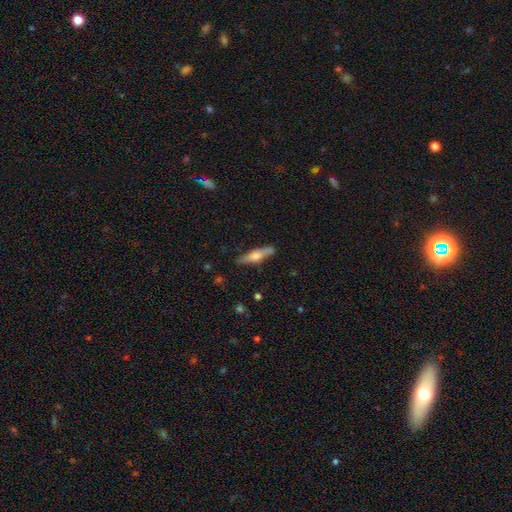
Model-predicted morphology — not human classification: This appears to be a featured or disk galaxy (55%) viewed edge-on (93%) with a rounded central bulge (83%). Merging: none (82%).